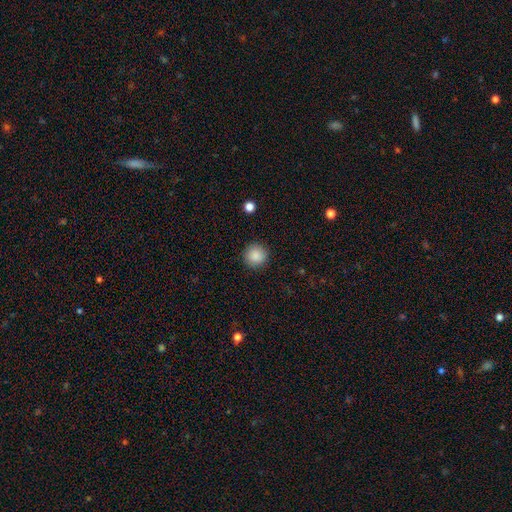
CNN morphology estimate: The model was most divided on "smooth or featured": smooth: 87%, star or artifact: 9%, featured or disk: 4%. More confident: how rounded — round (95%); merging — none (90%).